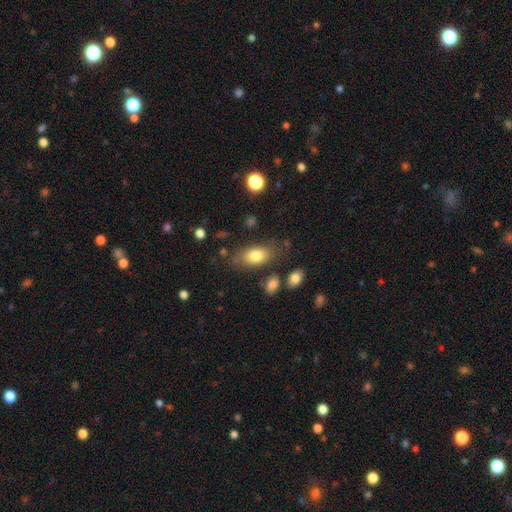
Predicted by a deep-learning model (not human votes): A smooth galaxy with no disk features (80%) that is in between round and cigar-shaped (88%). Merging: none (73%).